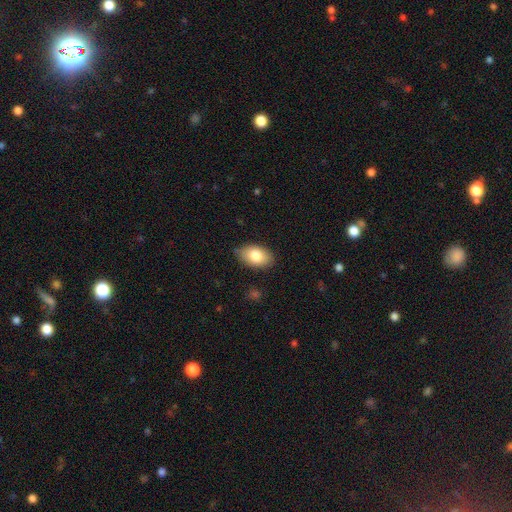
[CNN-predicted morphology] Smooth or featured? Predicted: smooth (p=0.81). How rounded? Predicted: in between (p=0.91). Merging? Predicted: none (p=0.82).